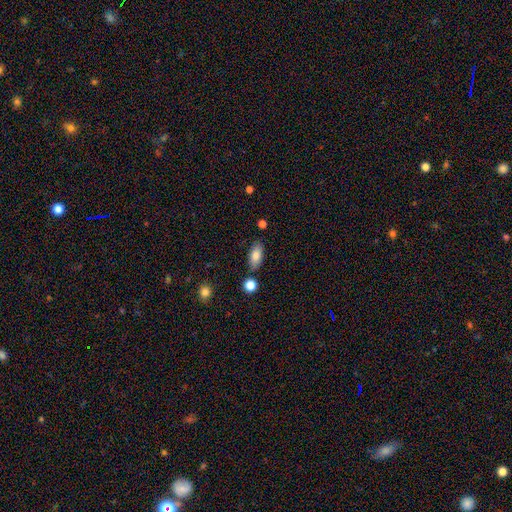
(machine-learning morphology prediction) Overall: smooth (80%). How rounded: in between (88%). Merging: none (80%).